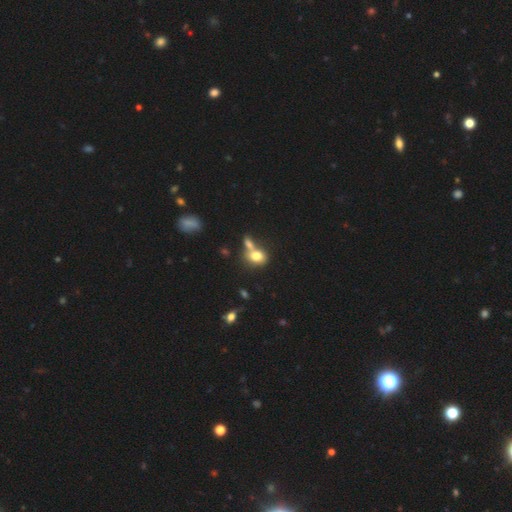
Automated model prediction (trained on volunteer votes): Q: Smooth or featured?
A: smooth (77%); runner-up: featured or disk (13%)
Q: How rounded?
A: in between (55%); runner-up: round (43%)
Q: Merging?
A: merger (50%); runner-up: none (33%)